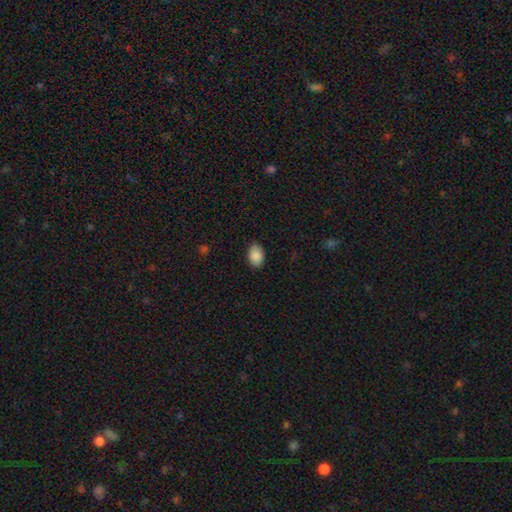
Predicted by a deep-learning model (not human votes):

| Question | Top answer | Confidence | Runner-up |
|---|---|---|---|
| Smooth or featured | smooth | 88% | star or artifact (7%) |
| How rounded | in between | 83% | round (16%) |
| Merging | none | 81% | minor disturbance (15%) |